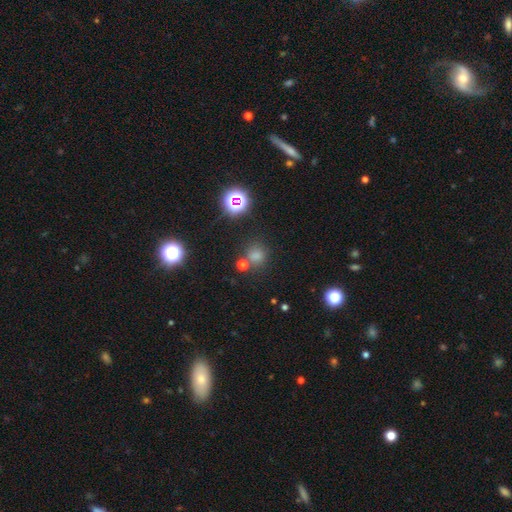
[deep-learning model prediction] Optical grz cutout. It shows a smooth galaxy with no disk features (67%) that is round (85%). Merging: none (70%).